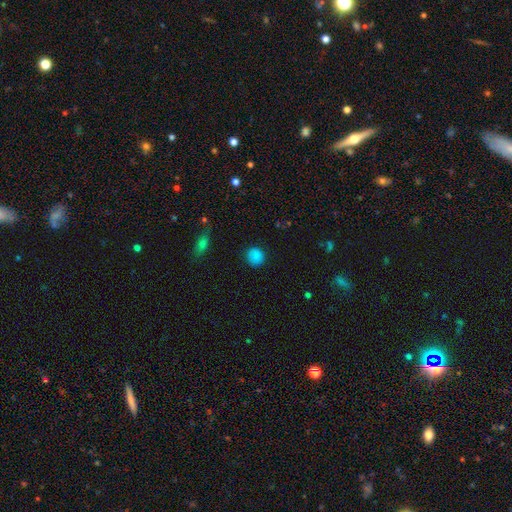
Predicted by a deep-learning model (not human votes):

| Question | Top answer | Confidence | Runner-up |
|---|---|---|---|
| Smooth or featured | smooth | 85% | star or artifact (11%) |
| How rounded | round | 86% | in between (13%) |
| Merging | none | 88% | minor disturbance (8%) |